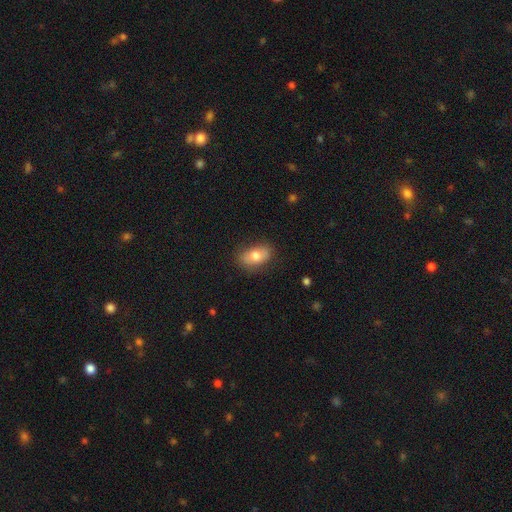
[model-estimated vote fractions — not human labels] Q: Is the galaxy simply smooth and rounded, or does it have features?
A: smooth — 75%.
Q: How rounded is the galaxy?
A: in between — 88%.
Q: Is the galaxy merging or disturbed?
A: none — 80%.